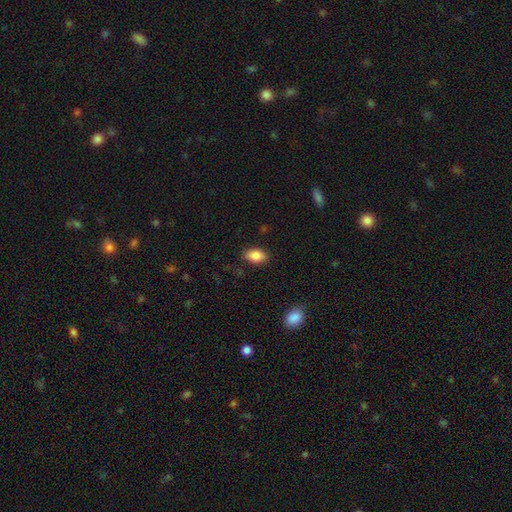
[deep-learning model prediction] smooth 85%, star or artifact 8%, featured or disk 7%. Down the decision tree: how rounded — in between (90%); merging — none (87%).